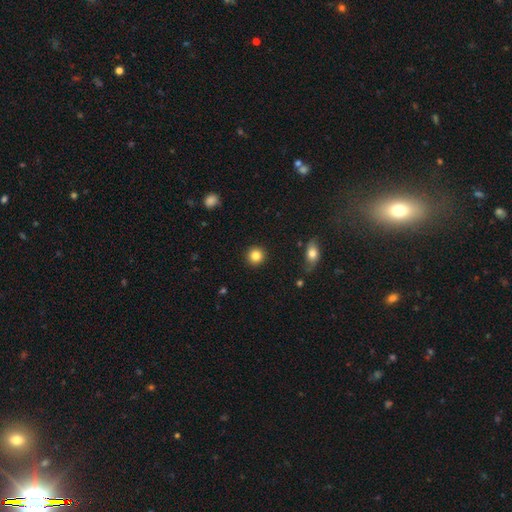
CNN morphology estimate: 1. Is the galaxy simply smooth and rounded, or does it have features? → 85% smooth, 10% star or artifact, 5% featured or disk.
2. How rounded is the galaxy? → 94% round, 5% in between, 1% cigar-shaped.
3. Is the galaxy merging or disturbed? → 92% none, 5% minor disturbance, 2% major disturbance, 1% merger.